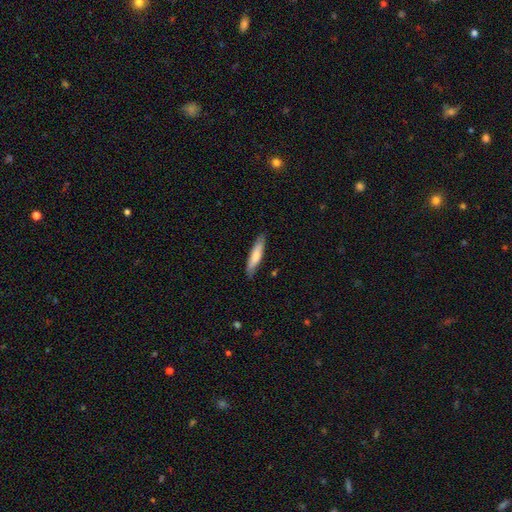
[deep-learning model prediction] This is likely a smooth galaxy (73%). How rounded: clearly cigar-shaped (82%). Merging: clearly none (83%).